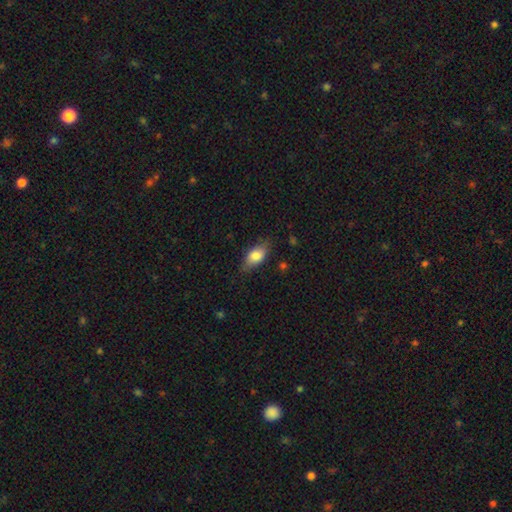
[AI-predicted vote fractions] smooth 79%, featured or disk 14%, star or artifact 7%. Down the decision tree: how rounded — in between (86%); merging — none (76%).